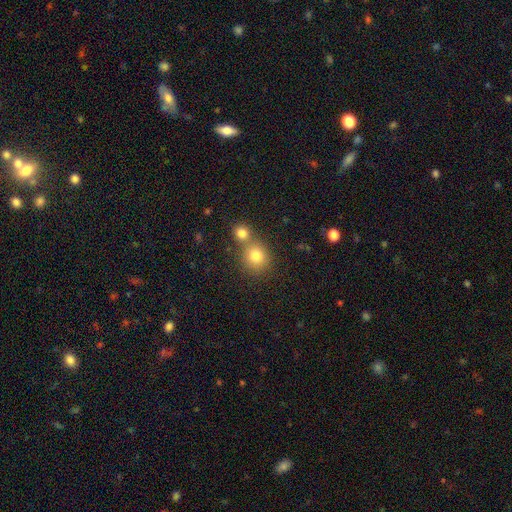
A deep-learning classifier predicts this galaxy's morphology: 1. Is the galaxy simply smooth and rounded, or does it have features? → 79% smooth, 12% star or artifact, 9% featured or disk.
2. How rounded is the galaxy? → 84% round, 15% in between, 1% cigar-shaped.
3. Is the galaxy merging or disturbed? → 54% none, 36% merger, 8% minor disturbance, 3% major disturbance.